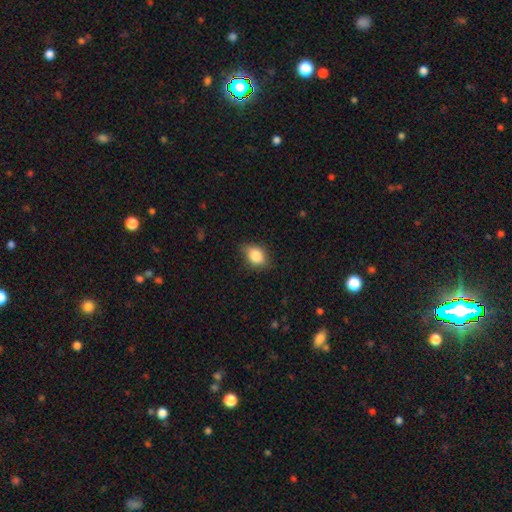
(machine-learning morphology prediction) This appears to be a smooth galaxy with no disk features (84%) that is in between round and cigar-shaped (72%). Merging: none (74%).